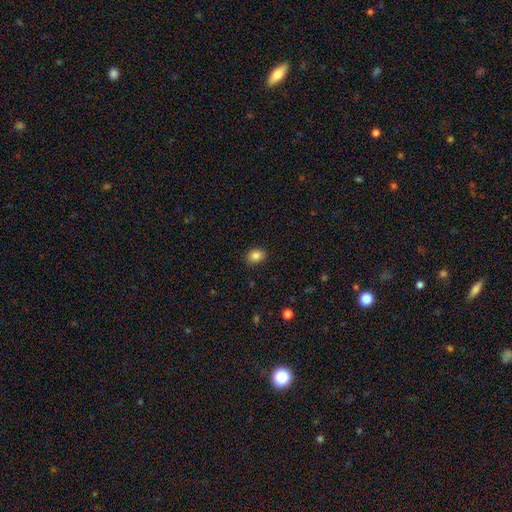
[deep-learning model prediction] This appears to be a smooth galaxy with no disk features (85%) that is in between round and cigar-shaped (52%). Merging: none (88%).